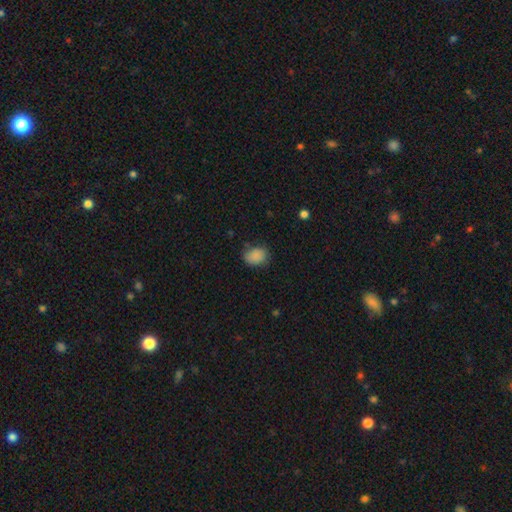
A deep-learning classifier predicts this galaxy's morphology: Overall: smooth (85%). How rounded: in between (60%; round 39%). Merging: none (70%).